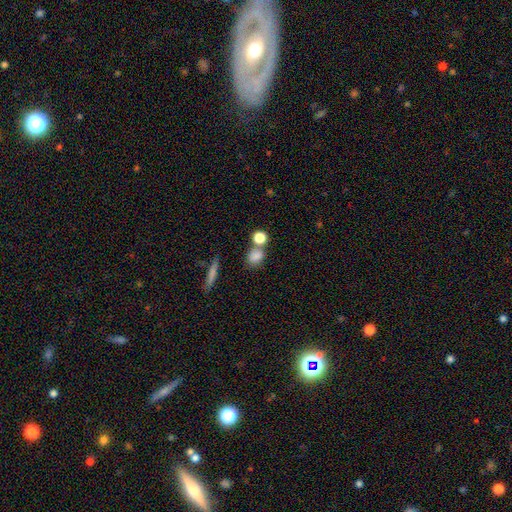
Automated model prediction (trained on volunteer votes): Smooth or featured?
  - smooth: 82% *
  - star or artifact: 10%
  - featured or disk: 8%
How rounded?
  - round: 50% *
  - in between: 45%
  - cigar-shaped: 5%
Merging?
  - none: 54% *
  - merger: 31%
  - minor disturbance: 11%
  - major disturbance: 5%